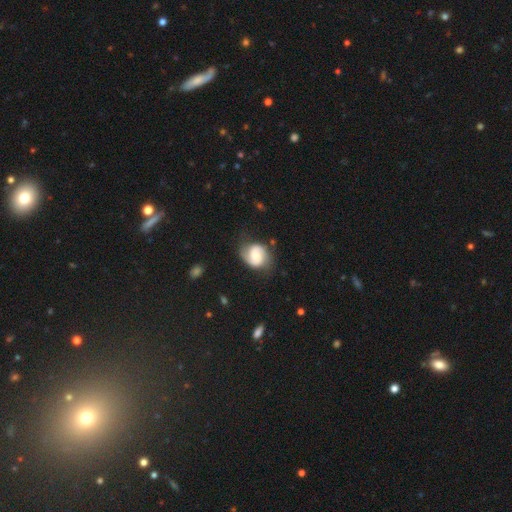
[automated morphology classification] This appears to be a featured or disk galaxy (69%) with no bar (52%), 2 (85%) medium (46%) spiral arms (93%) and a moderate central bulge (48%). Merging: none (67%).